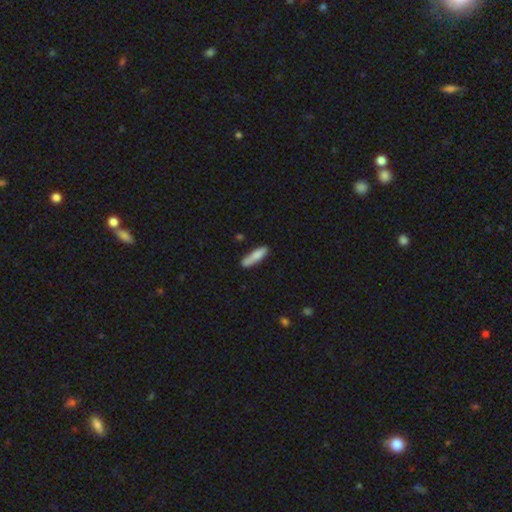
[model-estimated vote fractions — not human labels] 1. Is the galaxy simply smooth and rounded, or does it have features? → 80% smooth, 14% featured or disk, 6% star or artifact.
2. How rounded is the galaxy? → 75% cigar-shaped, 23% in between, 2% round.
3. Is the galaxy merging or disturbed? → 73% none, 19% minor disturbance, 5% merger, 3% major disturbance.